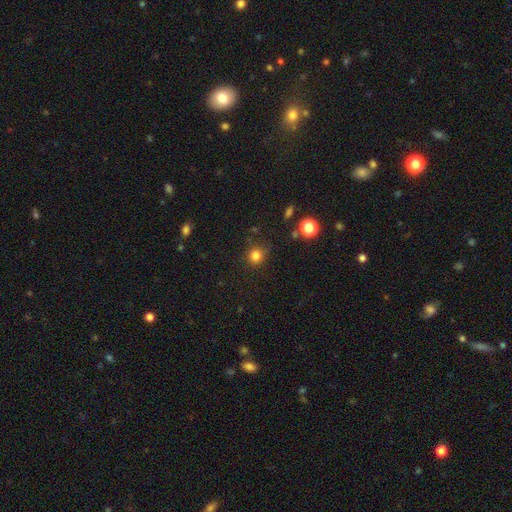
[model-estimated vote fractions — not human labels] Smooth or featured: smooth — 82% (star or artifact — 13%)
How rounded: round — 90% (in between — 9%)
Merging: none — 82% (minor disturbance — 12%)